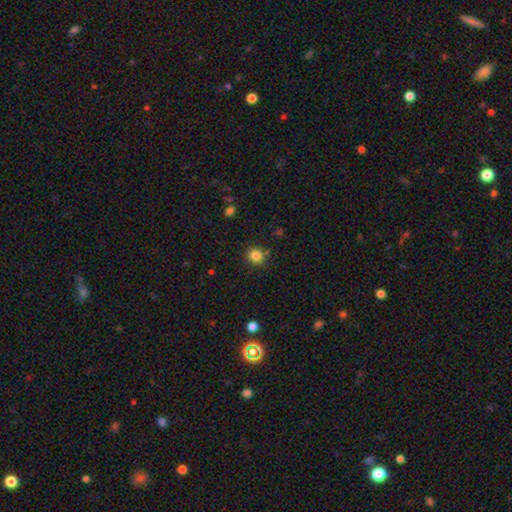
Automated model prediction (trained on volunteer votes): Smooth or featured: smooth — 84% (star or artifact — 12%)
How rounded: round — 89% (in between — 10%)
Merging: none — 86% (minor disturbance — 9%)